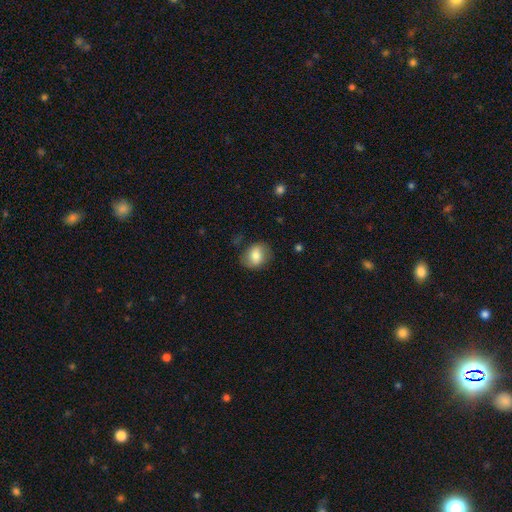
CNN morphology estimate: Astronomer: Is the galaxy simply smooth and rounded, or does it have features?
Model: smooth — 68%.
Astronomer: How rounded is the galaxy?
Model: in between — 50% (runner-up: round, 49%).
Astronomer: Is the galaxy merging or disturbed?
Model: none — 73%.